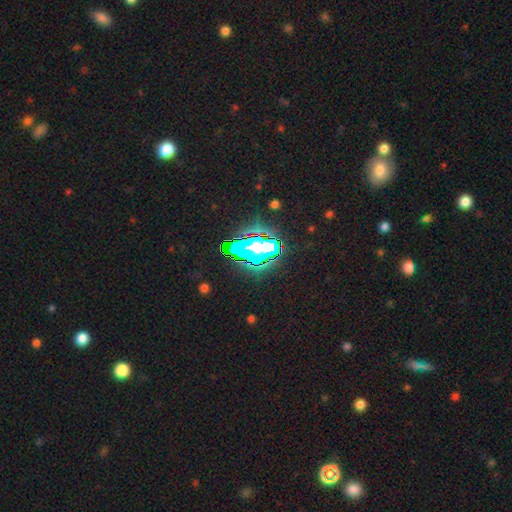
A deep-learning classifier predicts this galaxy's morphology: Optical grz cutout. It shows a star or artifact, not a galaxy (70%).